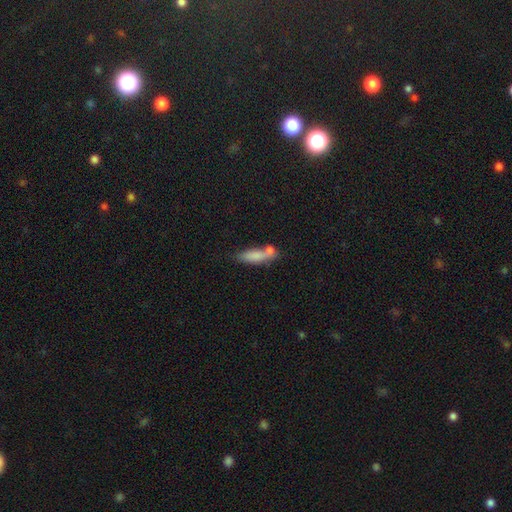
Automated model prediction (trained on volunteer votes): A smooth galaxy with no disk features (78%) that is cigar-shaped (52%). Merging: none (46%).